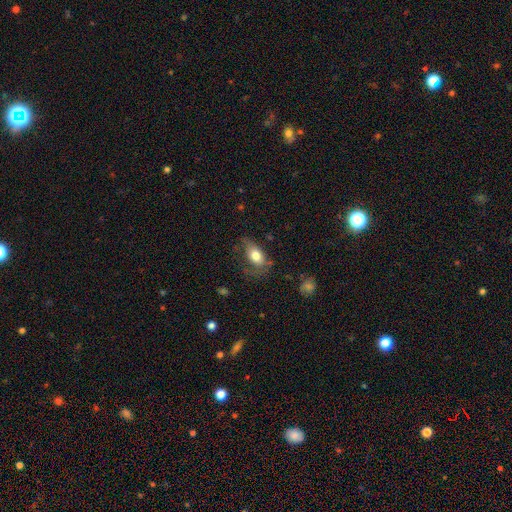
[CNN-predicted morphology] smooth_or_featured: smooth (p=0.72) [alt: featured or disk p=0.21]
how_rounded: in between (p=0.87) [alt: round p=0.10]
merging: none (p=0.47) [alt: minor disturbance p=0.28]